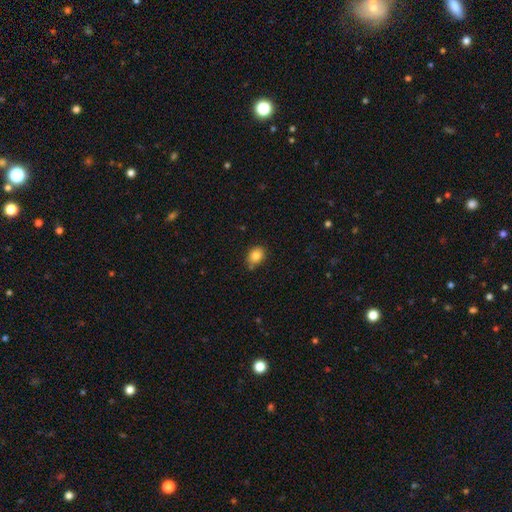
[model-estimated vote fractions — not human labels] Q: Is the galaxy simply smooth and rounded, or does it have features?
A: smooth — 84%.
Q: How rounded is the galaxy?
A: round — 52%.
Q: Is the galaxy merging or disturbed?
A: none — 76%.